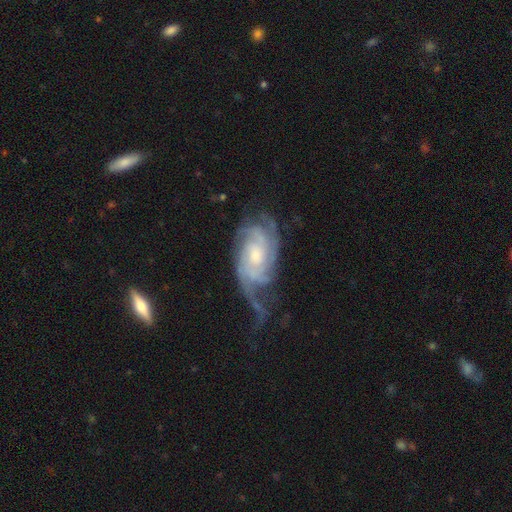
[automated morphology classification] Overall: featured or disk (88%). Edge-on disk: no (96%). Bar: no (65%; weak 29%). Spiral arms: yes (97%). Spiral arm count: can't tell (28%; 3 20%). Spiral winding: tight (57%; medium 33%). Bulge size: moderate (47%; small 45%). Merging: none (52%; minor disturbance 23%).